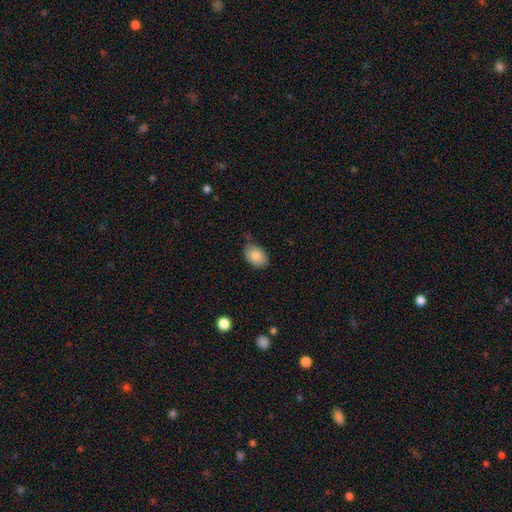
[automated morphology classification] Overall: smooth (84%). How rounded: in between (84%). Merging: none (71%).